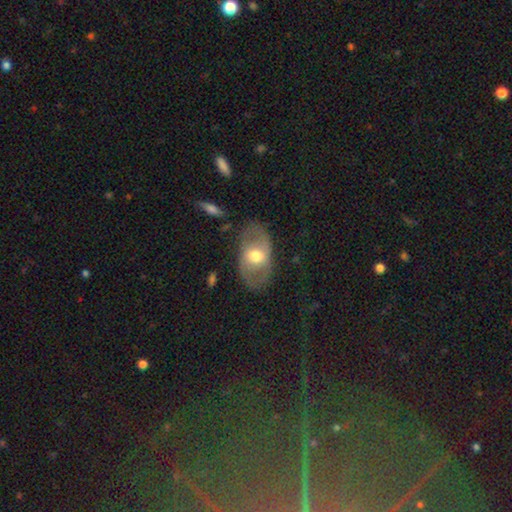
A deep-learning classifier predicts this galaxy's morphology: Overall: featured or disk (59%; smooth 31%). Edge-on disk: no (91%). Bar: no (48%; weak 36%). Spiral arms: yes (61%; no 39%). Bulge size: moderate (75%). Merging: none (78%).